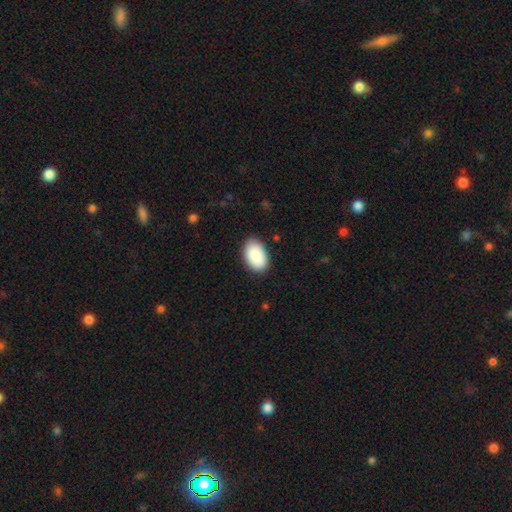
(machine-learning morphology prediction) Smooth or featured? Predicted: smooth (p=0.91). How rounded? Predicted: in between (p=0.94). Merging? Predicted: none (p=0.85).